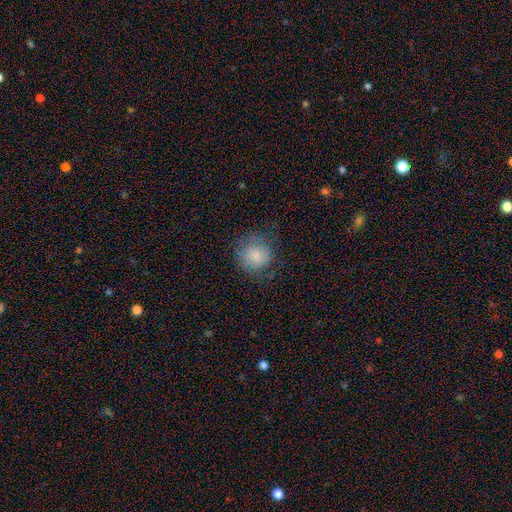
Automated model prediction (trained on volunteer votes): smooth-or-featured: smooth: 78% | featured or disk: 13% | star or artifact: 9%
  how-rounded: round: 88% | in between: 11% | cigar-shaped: 1%
  merging: none: 67% | minor disturbance: 20% | major disturbance: 11% | merger: 1%